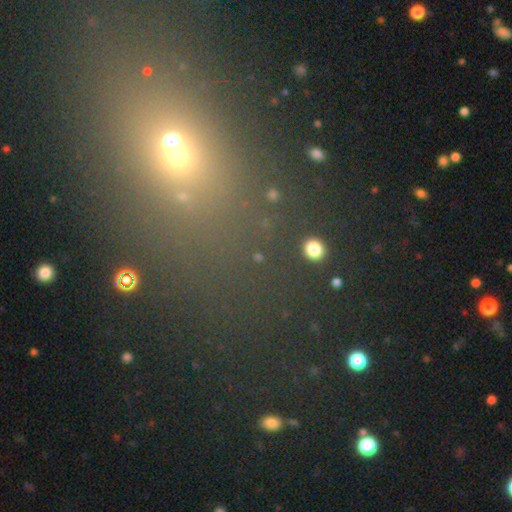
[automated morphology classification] The model was most divided on "smooth or featured": star or artifact: 56%, smooth: 32%, featured or disk: 12%.